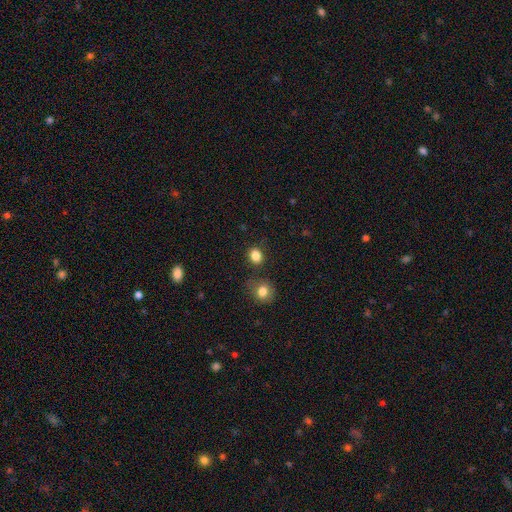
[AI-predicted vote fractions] smooth_or_featured: smooth (p=0.85) [alt: star or artifact p=0.11]
how_rounded: round (p=0.50) [alt: in between p=0.49]
merging: none (p=0.79) [alt: minor disturbance p=0.11]